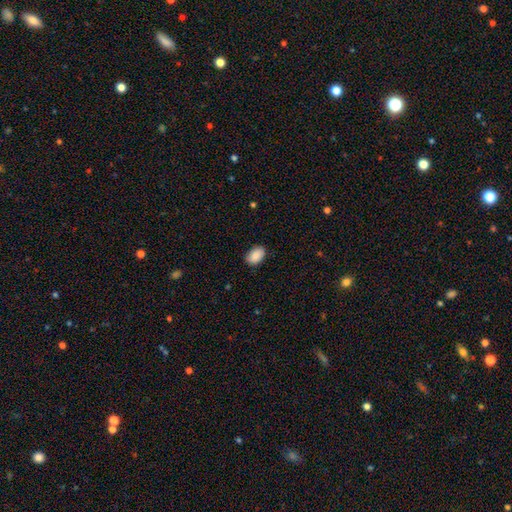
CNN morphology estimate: A smooth galaxy with no disk features (90%) that is in between round and cigar-shaped (90%).

Vote fractions:
- Smooth or featured? smooth: 90% / star or artifact: 7% / featured or disk: 4%
- How rounded? in between: 90% / round: 9% / cigar-shaped: 1%
- Merging? none: 85% / minor disturbance: 12% / major disturbance: 2% / merger: 1%